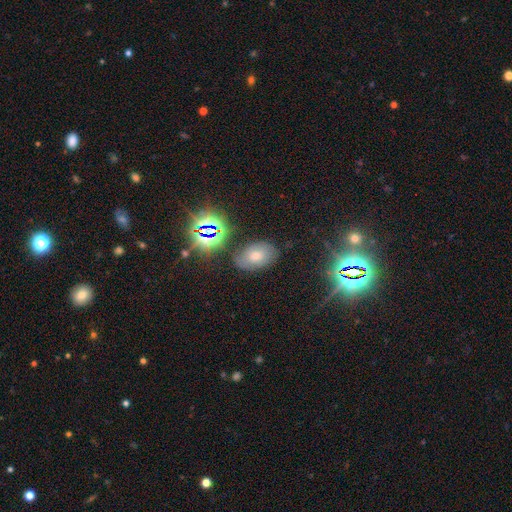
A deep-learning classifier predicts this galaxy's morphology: smooth-or-featured: star or artifact: 40% | smooth: 35% | featured or disk: 25%